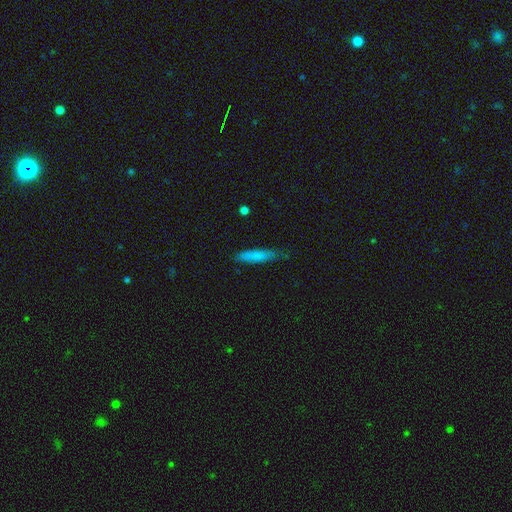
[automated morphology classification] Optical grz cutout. It shows a smooth galaxy with no disk features (80%) that is cigar-shaped (80%). Merging: none (72%).